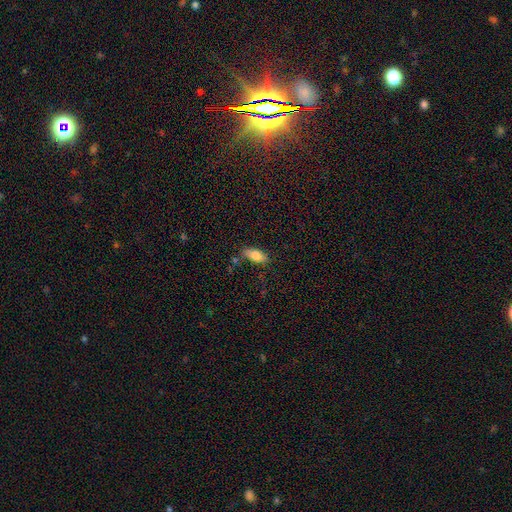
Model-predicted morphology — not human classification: Smooth or featured? Predicted: smooth (p=0.81). How rounded? Predicted: in between (p=0.86). Merging? Predicted: none (p=0.71).